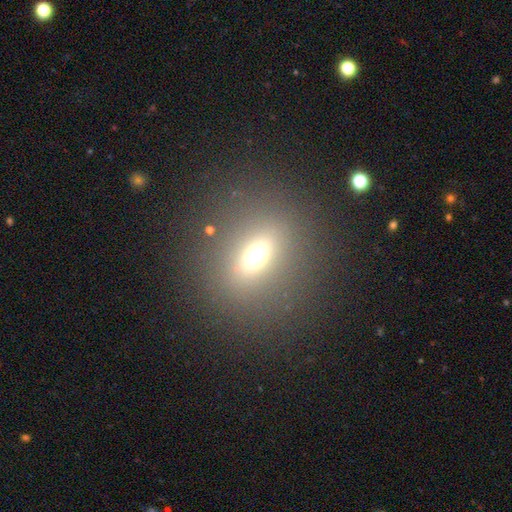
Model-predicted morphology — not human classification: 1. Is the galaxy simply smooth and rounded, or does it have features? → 61% smooth, 22% star or artifact, 17% featured or disk.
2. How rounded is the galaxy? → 53% in between, 41% round, 5% cigar-shaped.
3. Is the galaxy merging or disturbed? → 84% none, 8% minor disturbance, 6% major disturbance, 3% merger.